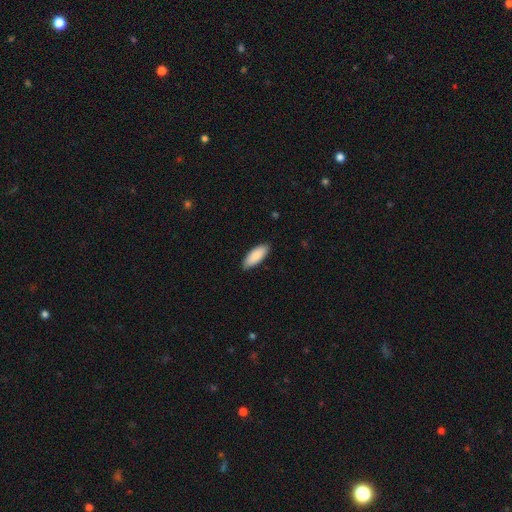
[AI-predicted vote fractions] Smooth or featured: smooth — 90% (star or artifact — 5%)
How rounded: in between — 79% (cigar-shaped — 20%)
Merging: none — 88% (minor disturbance — 10%)